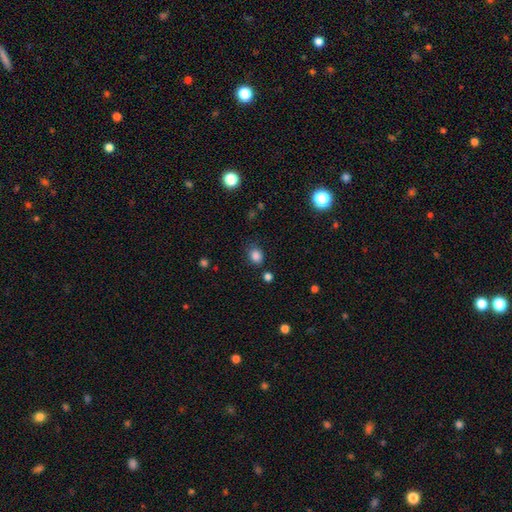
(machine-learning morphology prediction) Overall: smooth (84%). How rounded: round (52%; in between 47%). Merging: none (73%).